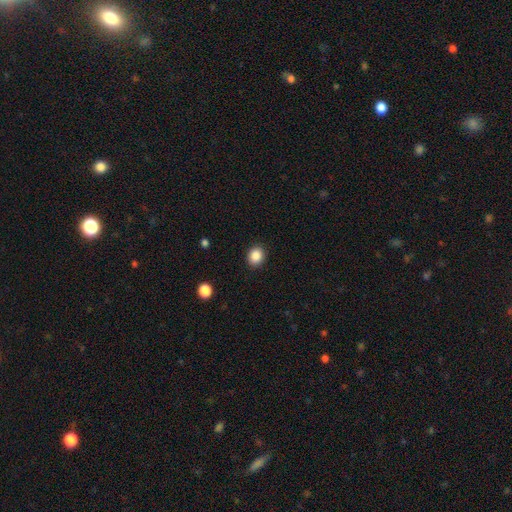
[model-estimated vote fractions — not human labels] A smooth galaxy with no disk features (87%) that is round (65%). Merging: none (90%).